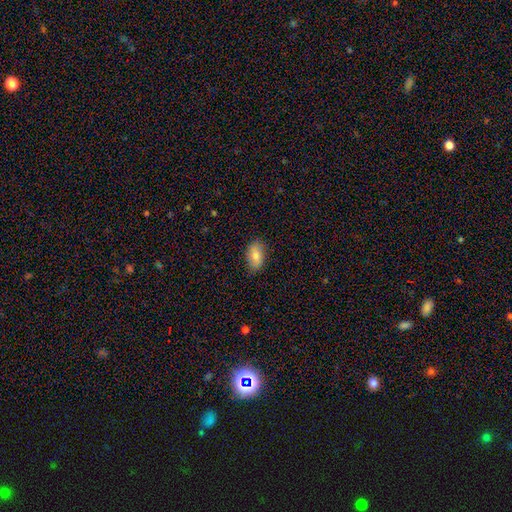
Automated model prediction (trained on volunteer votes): Q: Smooth or featured?
A: smooth (79%); runner-up: featured or disk (14%)
Q: How rounded?
A: in between (92%); runner-up: round (5%)
Q: Merging?
A: none (83%); runner-up: minor disturbance (13%)